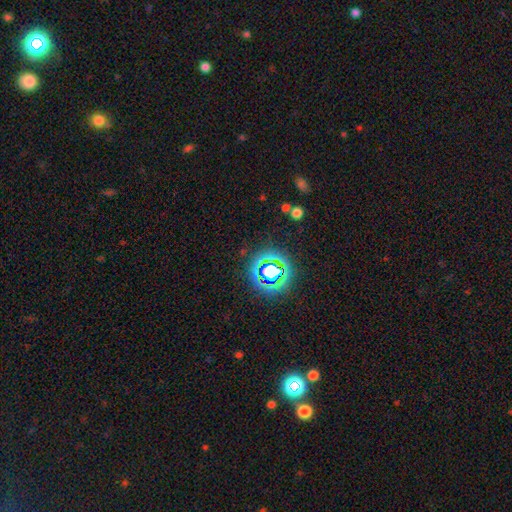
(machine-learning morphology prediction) Smooth or featured? Predicted: star or artifact (p=0.75).